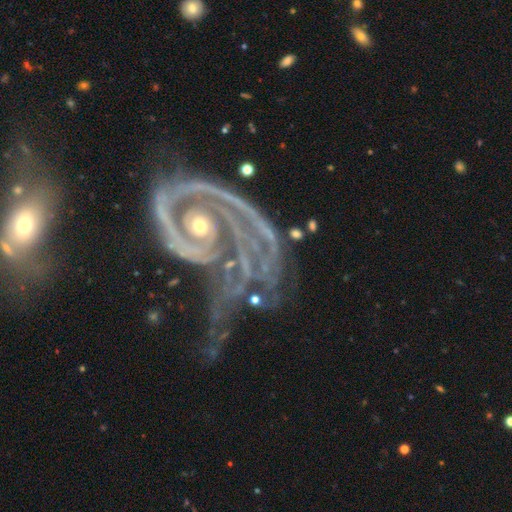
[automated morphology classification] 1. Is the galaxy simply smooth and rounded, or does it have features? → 90% featured or disk, 6% star or artifact, 4% smooth.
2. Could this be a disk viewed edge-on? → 97% no, 3% yes.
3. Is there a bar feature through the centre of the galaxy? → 58% no, 25% weak, 17% strong.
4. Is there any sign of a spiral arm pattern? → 91% yes, 9% no.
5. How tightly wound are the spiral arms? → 40% medium, 39% tight, 21% loose.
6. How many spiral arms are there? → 51% 2, 15% 1, 13% can't tell, 9% 3, 6% 4, 6% more than 4.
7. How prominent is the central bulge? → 58% small, 36% moderate, 2% large, 2% none, 1% dominant.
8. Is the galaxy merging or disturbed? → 46% major disturbance, 21% none, 17% minor disturbance, 16% merger.